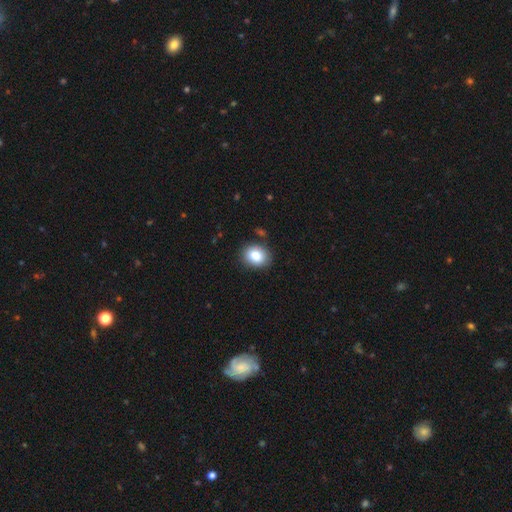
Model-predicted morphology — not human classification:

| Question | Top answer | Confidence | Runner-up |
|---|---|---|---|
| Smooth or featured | smooth | 82% | star or artifact (9%) |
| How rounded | round | 52% | in between (47%) |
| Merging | none | 85% | minor disturbance (10%) |